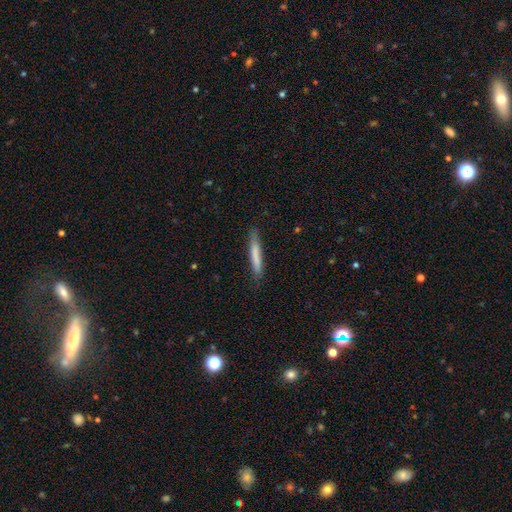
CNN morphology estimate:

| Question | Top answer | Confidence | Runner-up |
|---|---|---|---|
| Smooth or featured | smooth | 74% | featured or disk (20%) |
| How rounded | cigar-shaped | 94% | in between (5%) |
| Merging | none | 81% | minor disturbance (15%) |